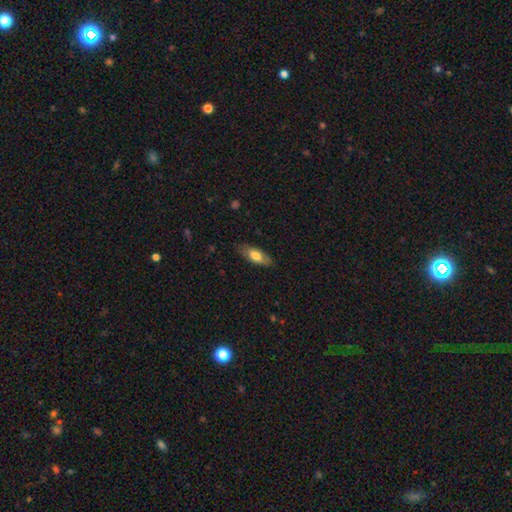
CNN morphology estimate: type=smooth (72%); roundness=in between (76%); merging=none (80%).